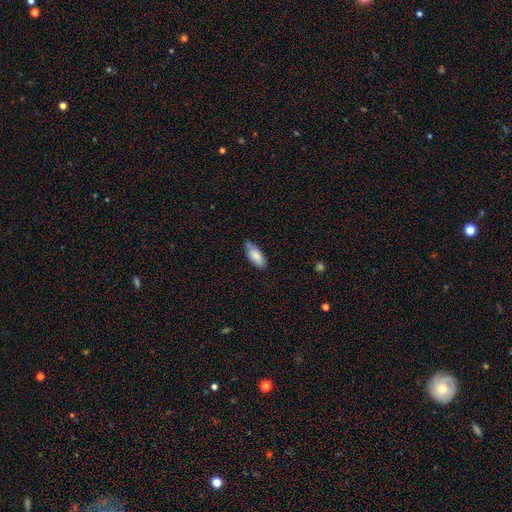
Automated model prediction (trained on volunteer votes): A smooth galaxy with no disk features (83%) that is in between round and cigar-shaped (83%). Merging: none (64%).